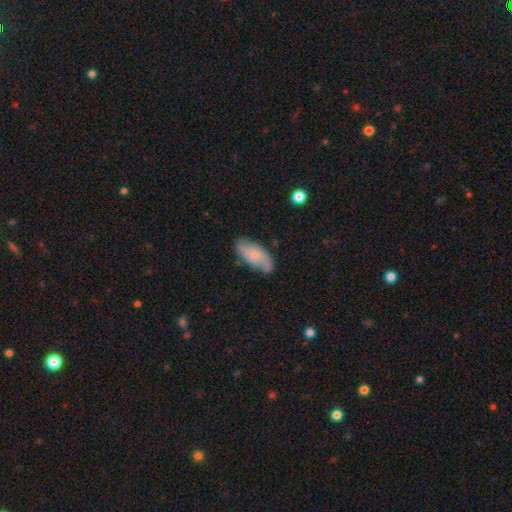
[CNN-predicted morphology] smooth_or_featured: smooth (p=0.56) [alt: featured or disk p=0.38]
how_rounded: in between (p=0.89) [alt: cigar-shaped p=0.09]
merging: none (p=0.67) [alt: minor disturbance p=0.25]